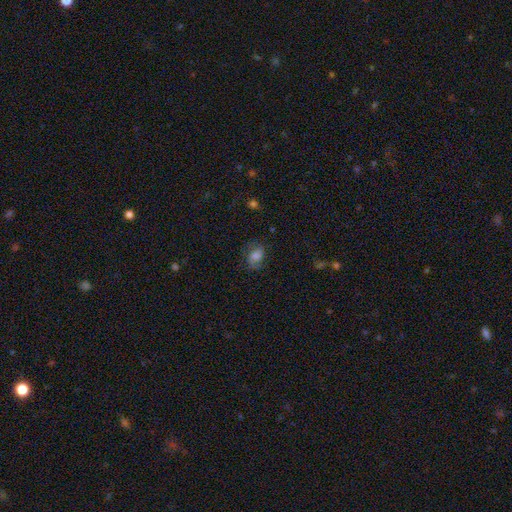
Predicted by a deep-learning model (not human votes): Smooth or featured? Predicted: smooth (p=0.61). How rounded? Predicted: in between (p=0.63). Merging? Predicted: none (p=0.60).